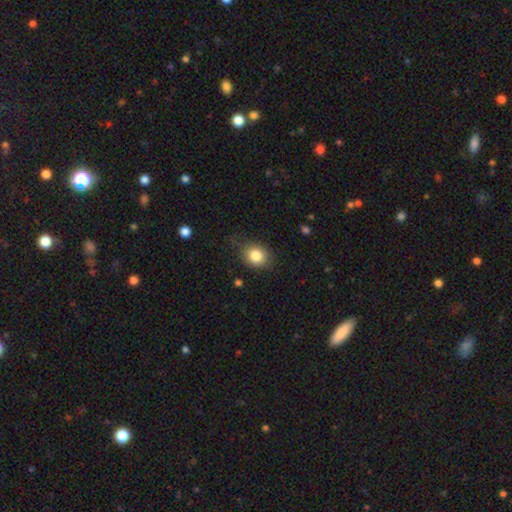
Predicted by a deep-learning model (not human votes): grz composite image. It shows a smooth galaxy with no disk features (83%) that is round (68%). Merging: none (70%).